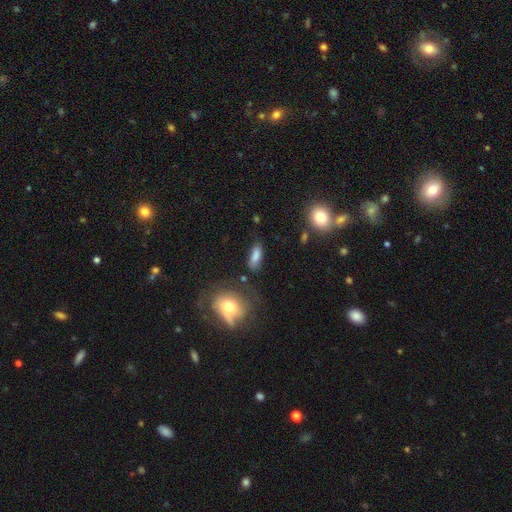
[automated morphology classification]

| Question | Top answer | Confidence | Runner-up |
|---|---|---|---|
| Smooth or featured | smooth | 79% | featured or disk (11%) |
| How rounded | in between | 66% | cigar-shaped (29%) |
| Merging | none | 67% | minor disturbance (19%) |